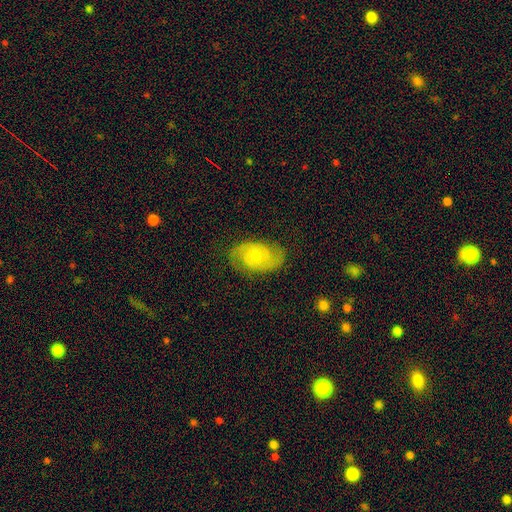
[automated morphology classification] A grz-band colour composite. It shows a featured or disk galaxy (75%) with no bar (55%), 2 (81%) tight (52%) spiral arms (93%) and a small central bulge (49%). Merging: none (79%).